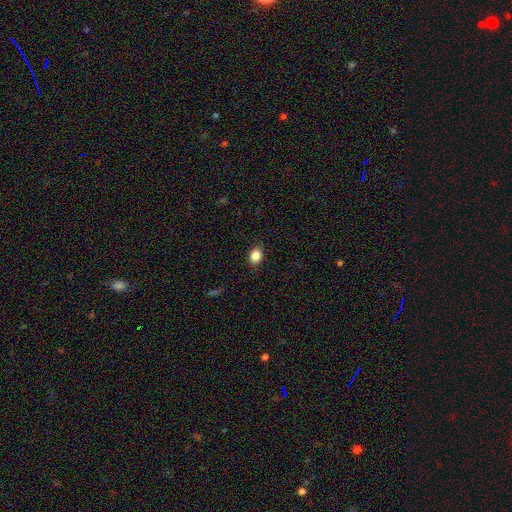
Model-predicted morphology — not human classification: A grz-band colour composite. It shows a smooth galaxy with no disk features (85%) that is in between round and cigar-shaped (62%). Merging: none (88%).